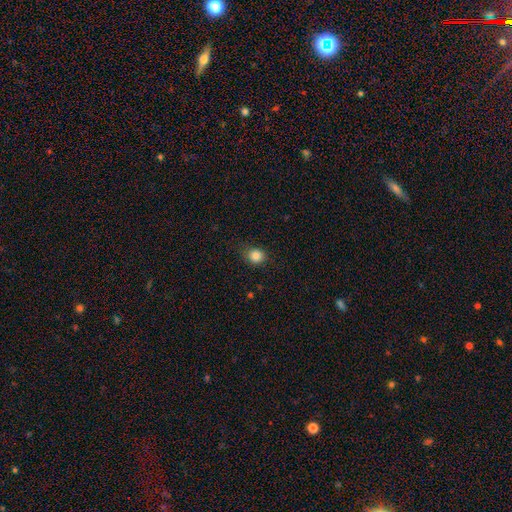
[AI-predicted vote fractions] smooth 84%, star or artifact 12%, featured or disk 4%. Down the decision tree: how rounded — round (81%); merging — none (79%).